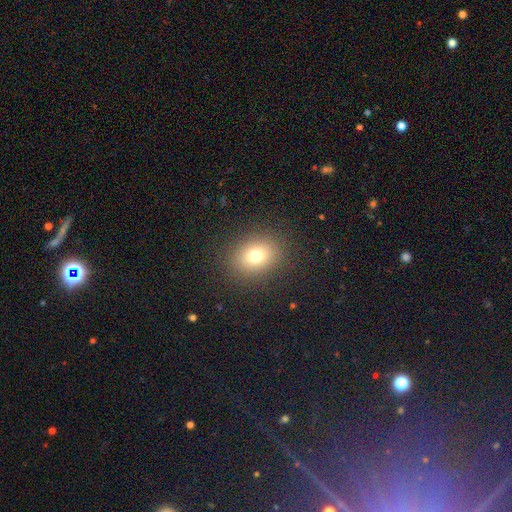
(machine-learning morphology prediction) Smooth or featured? smooth (76%)
How rounded? in between (50%)
Merging? none (87%)